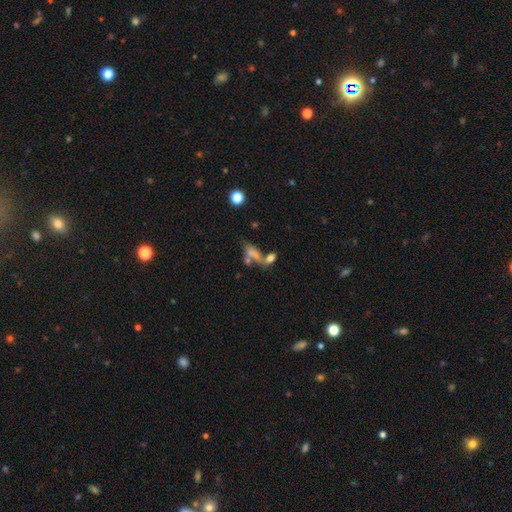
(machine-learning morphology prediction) A smooth galaxy with no disk features (45%). Merging: merger (46%).